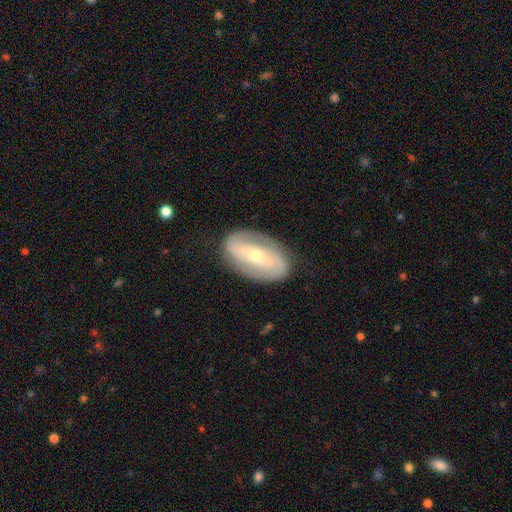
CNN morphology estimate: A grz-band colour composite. It shows a featured or disk galaxy (79%) with a strong bar (36%), 2 (84%) medium (40%) spiral arms (87%) and a small central bulge (52%). Merging: none (83%).